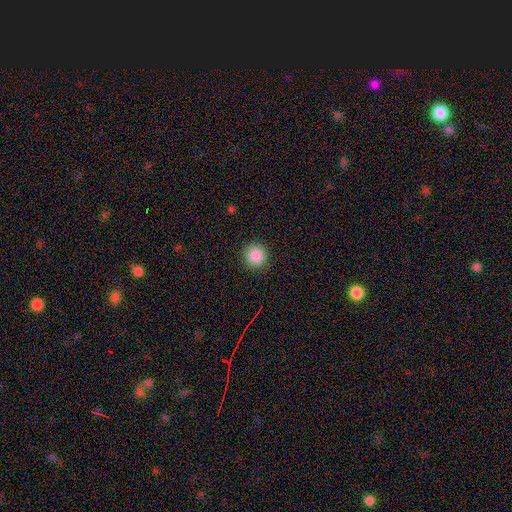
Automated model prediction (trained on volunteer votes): Q: Smooth or featured?
A: smooth (87%); runner-up: star or artifact (10%)
Q: How rounded?
A: round (93%); runner-up: in between (6%)
Q: Merging?
A: none (91%); runner-up: minor disturbance (6%)